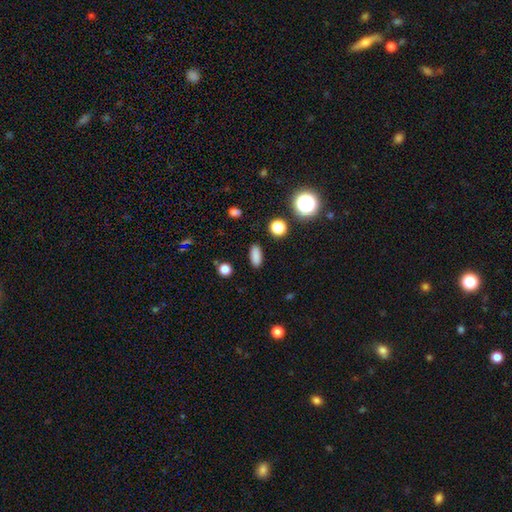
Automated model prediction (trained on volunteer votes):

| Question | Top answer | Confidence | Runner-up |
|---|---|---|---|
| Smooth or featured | smooth | 84% | star or artifact (12%) |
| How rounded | in between | 79% | cigar-shaped (15%) |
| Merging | none | 89% | minor disturbance (7%) |